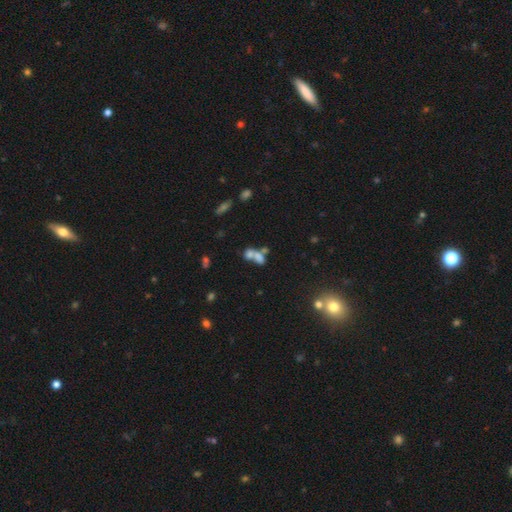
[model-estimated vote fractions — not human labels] This appears to be a smooth galaxy with no disk features (64%) that is in between round and cigar-shaped (71%). Merging: merger (64%).